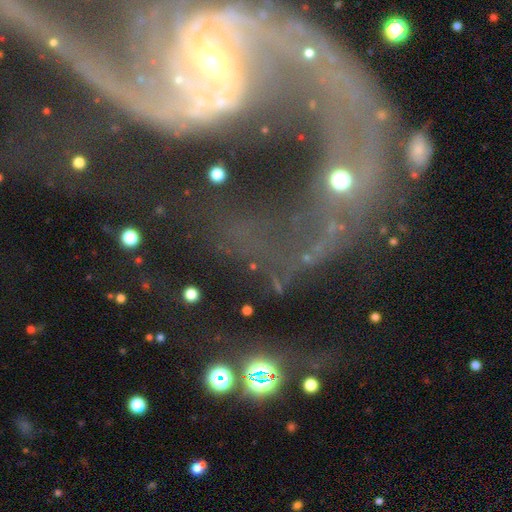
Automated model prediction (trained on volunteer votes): smooth_or_featured: featured or disk (p=0.83) [alt: star or artifact p=0.10]
disk_edge_on: no (p=0.97) [alt: yes p=0.03]
bar: weak (p=0.39) [alt: no p=0.34]
has_spiral_arms: yes (p=0.91) [alt: no p=0.09]
spiral_winding: loose (p=0.62) [alt: medium p=0.28]
spiral_arm_count: 2 (p=0.78) [alt: can't tell p=0.06]
bulge_size: small (p=0.66) [alt: moderate p=0.25]
merging: major disturbance (p=0.38) [alt: none p=0.33]